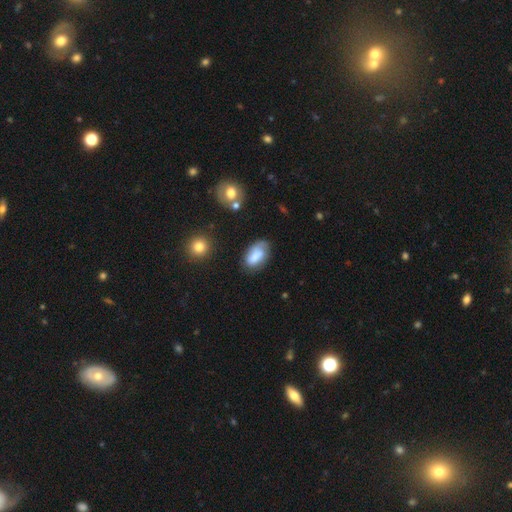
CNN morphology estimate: Smooth or featured? Predicted: smooth (p=0.72). How rounded? Predicted: in between (p=0.92). Merging? Predicted: none (p=0.61).